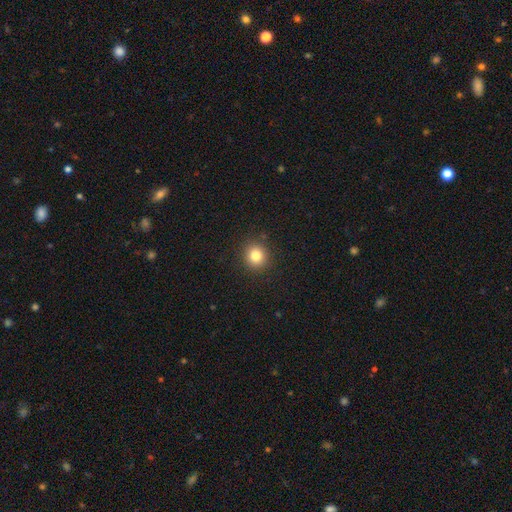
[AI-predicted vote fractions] A smooth galaxy with no disk features (82%) that is round (90%). Merging: none (91%).